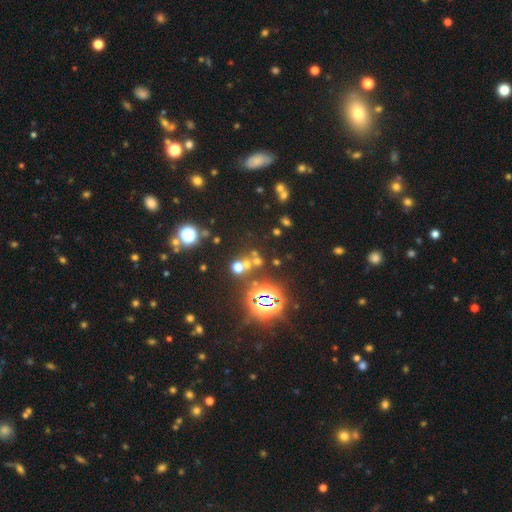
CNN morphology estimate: Smooth or featured: star or artifact — 70% (smooth — 20%)